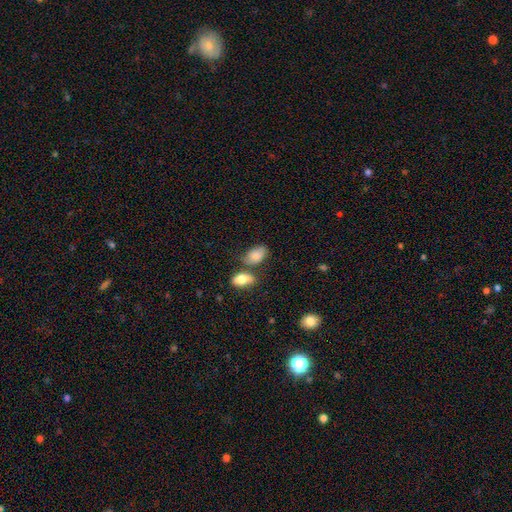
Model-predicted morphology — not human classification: A smooth galaxy with no disk features (83%) that is in between round and cigar-shaped (90%). Merging: none (49%).